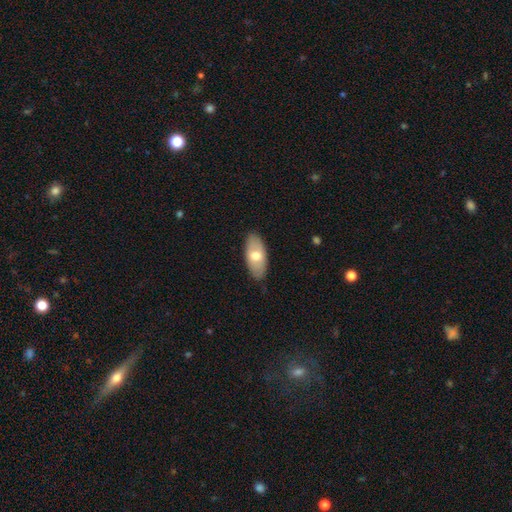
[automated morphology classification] A smooth galaxy with no disk features (65%) that is in between round and cigar-shaped (90%). Merging: none (85%).